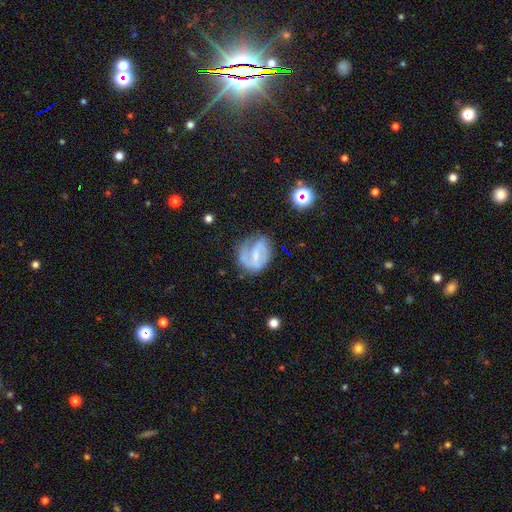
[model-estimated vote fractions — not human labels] Smooth or featured? Predicted: featured or disk (p=0.71). Edge-on disk? Predicted: no (p=0.97). Bar? Predicted: weak (p=0.48). Spiral arms? Predicted: yes (p=0.81). Spiral winding? Predicted: medium (p=0.43). Spiral arm count? Predicted: 2 (p=0.58). Bulge size? Predicted: small (p=0.48). Merging? Predicted: none (p=0.54).